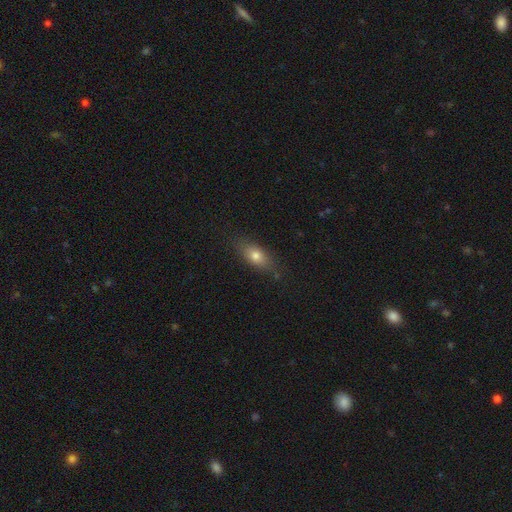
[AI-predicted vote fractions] A smooth galaxy with no disk features (73%) that is in between round and cigar-shaped (76%). Merging: none (79%).